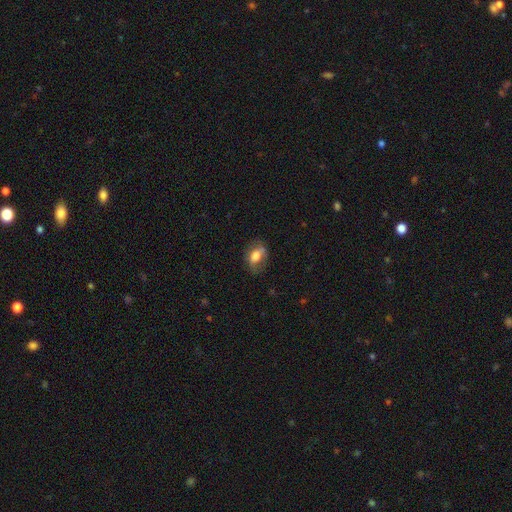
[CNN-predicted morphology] This appears to be a smooth galaxy with no disk features (66%) that is in between round and cigar-shaped (82%). Merging: none (64%).